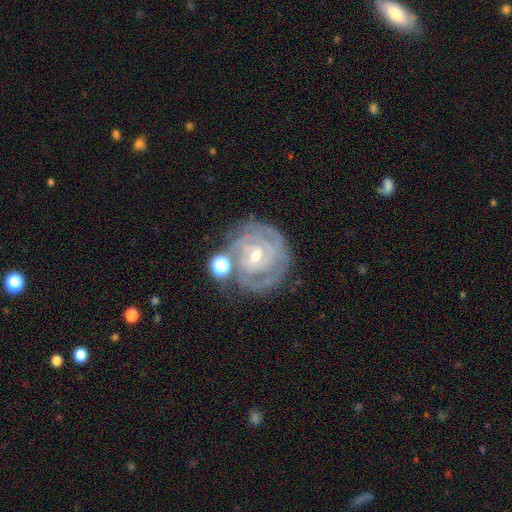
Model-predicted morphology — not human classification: A featured or disk galaxy (85%) with a weak bar (46%), tight (76%) spiral arms (95%) and a small central bulge (58%).

Vote fractions:
- Smooth or featured? featured or disk: 85% / smooth: 8% / star or artifact: 6%
- Edge-on disk? no: 97% / yes: 3%
- Bar? weak: 46% / no: 40% / strong: 14%
- Spiral arms? yes: 95% / no: 5%
- Spiral winding? tight: 76% / medium: 20% / loose: 4%
- Spiral arm count? can't tell: 29% / 3: 26% / 2: 20% / 4: 14% / more than 4: 5% / 1: 5%
- Bulge size? small: 58% / moderate: 38% / large: 1% / none: 1% / dominant: 1%
- Merging? none: 68% / minor disturbance: 17% / merger: 8% / major disturbance: 7%